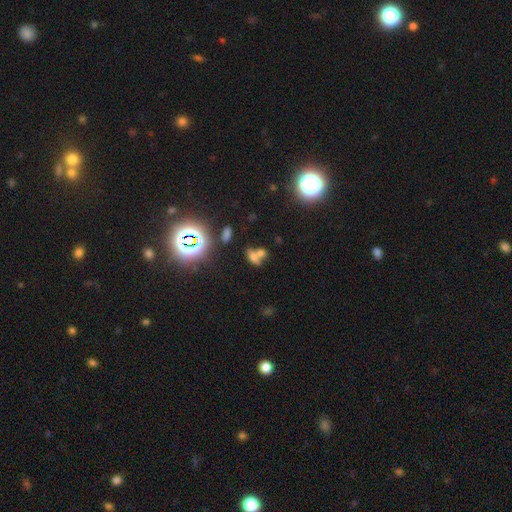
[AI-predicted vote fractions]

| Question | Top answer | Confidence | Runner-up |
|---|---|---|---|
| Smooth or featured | smooth | 53% | star or artifact (30%) |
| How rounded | in between | 66% | round (24%) |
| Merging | merger | 54% | none (32%) |